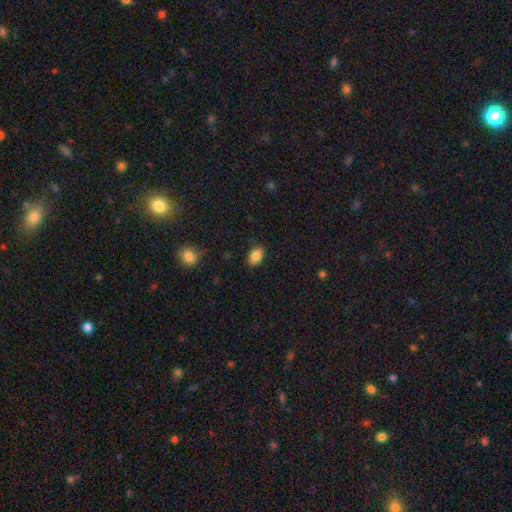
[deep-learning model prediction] Smooth or featured?
  - smooth: 85% *
  - star or artifact: 9%
  - featured or disk: 6%
How rounded?
  - in between: 84% *
  - round: 14%
  - cigar-shaped: 1%
Merging?
  - none: 83% *
  - minor disturbance: 13%
  - major disturbance: 3%
  - merger: 1%